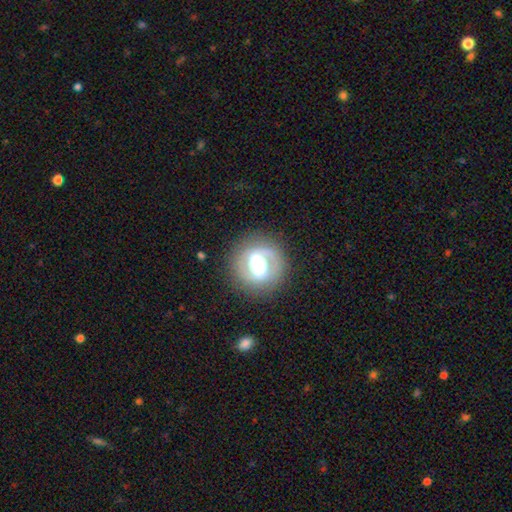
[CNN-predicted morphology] featured or disk 71%, smooth 23%, star or artifact 6%. Down the decision tree: edge-on disk — no (97%); bar — weak (41%); spiral arms — yes (75%); spiral arm count — 2 (81%); spiral winding — medium (42%); bulge size — moderate (54%); merging — none (82%).